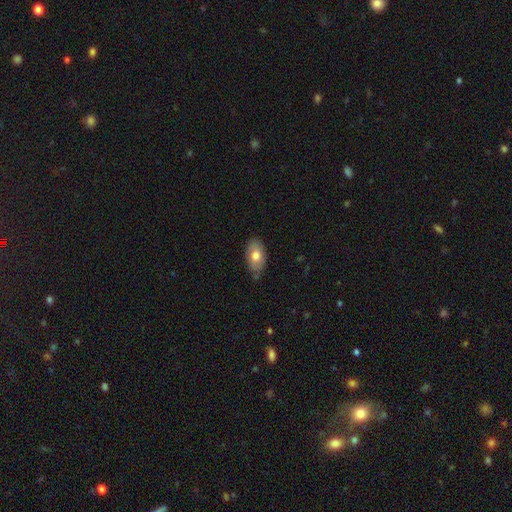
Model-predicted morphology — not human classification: Q: Smooth or featured?
A: smooth (73%); runner-up: featured or disk (21%)
Q: How rounded?
A: in between (92%); runner-up: round (6%)
Q: Merging?
A: none (75%); runner-up: minor disturbance (20%)